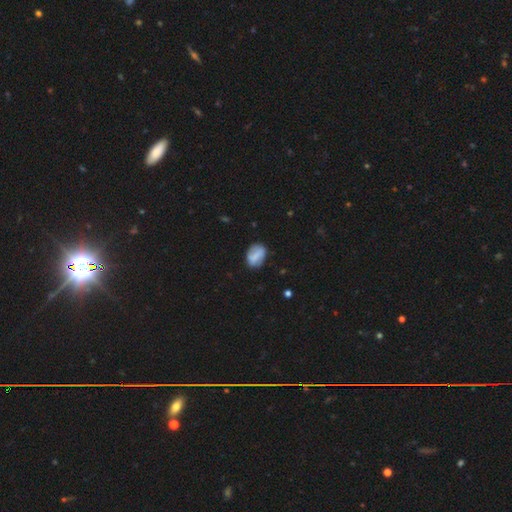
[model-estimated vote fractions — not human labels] Morphology: type=smooth (69%); roundness=in between (80%); merging=none (75%).